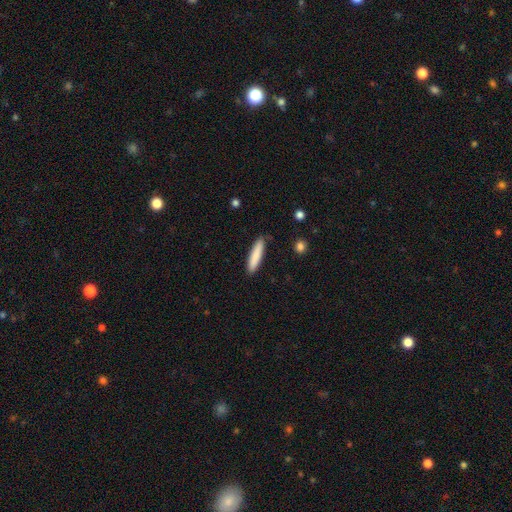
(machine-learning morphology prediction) smooth_or_featured: smooth (p=0.83) [alt: featured or disk p=0.11]
how_rounded: cigar-shaped (p=0.87) [alt: in between p=0.12]
merging: none (p=0.87) [alt: minor disturbance p=0.10]